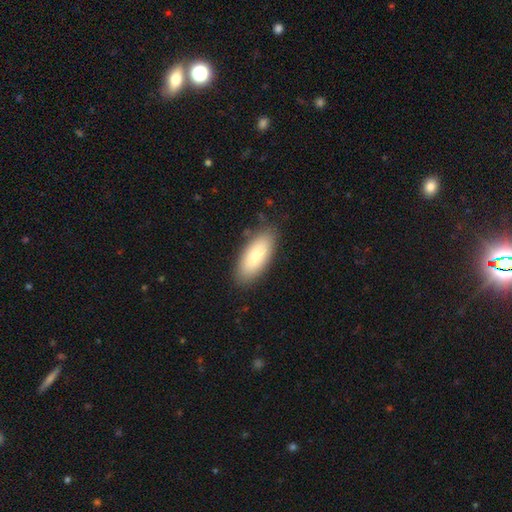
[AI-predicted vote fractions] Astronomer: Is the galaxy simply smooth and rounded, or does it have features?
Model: smooth — 78%.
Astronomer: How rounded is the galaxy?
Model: in between — 84%.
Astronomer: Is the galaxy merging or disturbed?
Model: none — 84%.